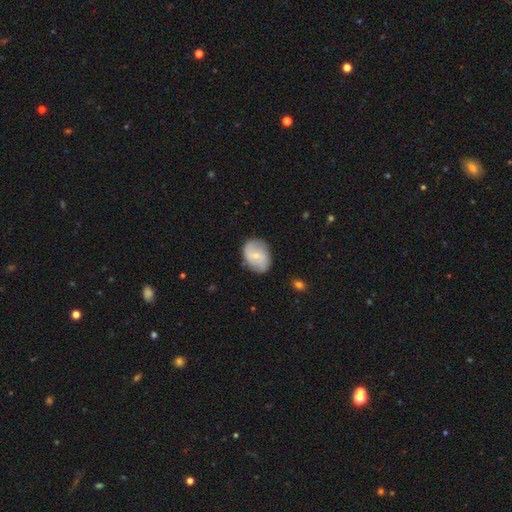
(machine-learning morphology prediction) Smooth or featured? Predicted: featured or disk (p=0.51). Edge-on disk? Predicted: no (p=0.96). Merging? Predicted: none (p=0.77).